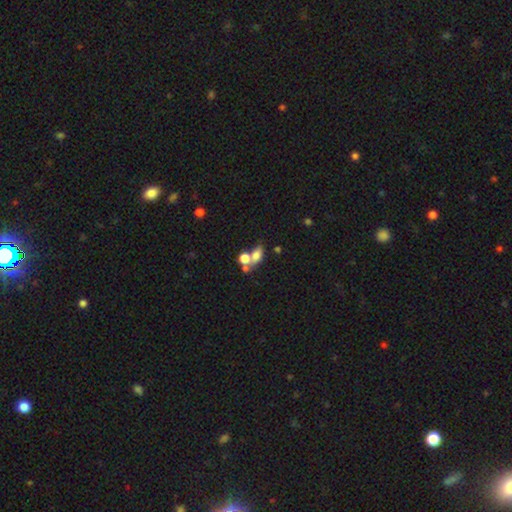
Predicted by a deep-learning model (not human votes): A smooth galaxy with no disk features (69%) that is in between round and cigar-shaped (71%).

Vote fractions:
- Smooth or featured? smooth: 69% / featured or disk: 17% / star or artifact: 14%
- How rounded? in between: 71% / round: 24% / cigar-shaped: 6%
- Merging? merger: 48% / none: 32% / minor disturbance: 11% / major disturbance: 9%